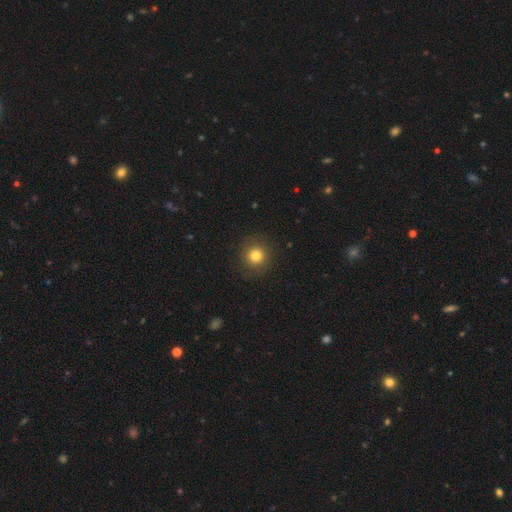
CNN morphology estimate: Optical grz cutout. It shows a smooth galaxy with no disk features (79%) that is round (93%). Merging: none (89%).